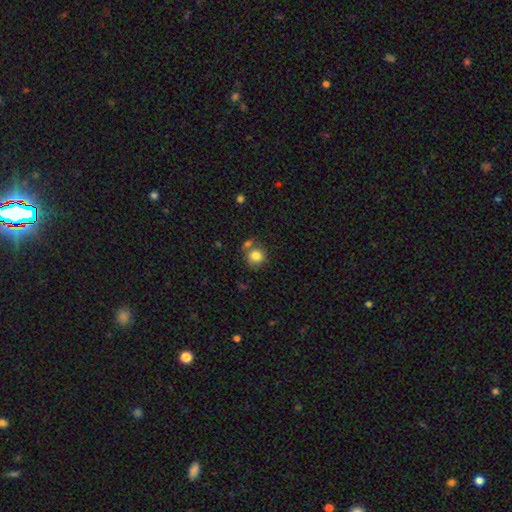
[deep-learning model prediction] Morphology: type=smooth (82%); roundness=round (86%); merging=none (62%).